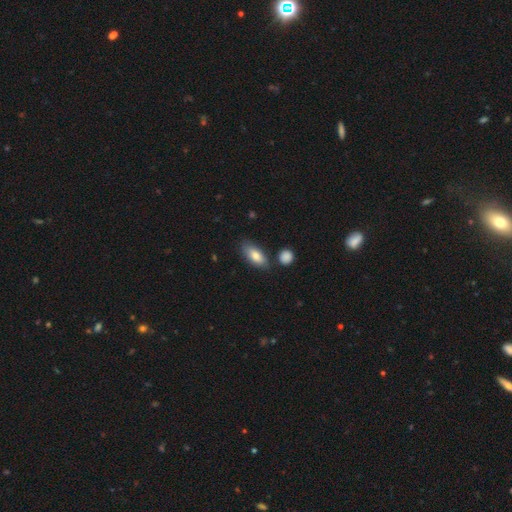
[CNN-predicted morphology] smooth 80%, featured or disk 14%, star or artifact 6%. Down the decision tree: how rounded — in between (83%); merging — none (75%).